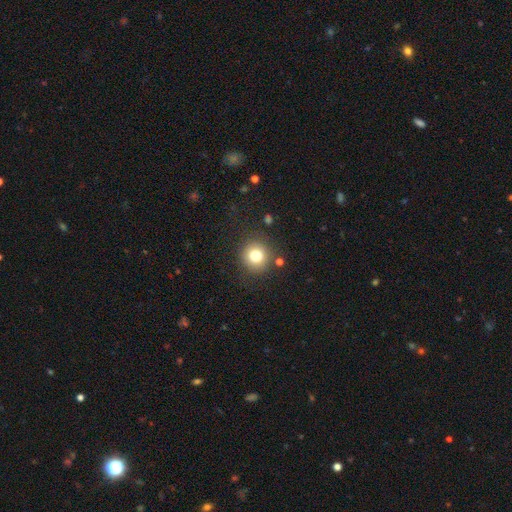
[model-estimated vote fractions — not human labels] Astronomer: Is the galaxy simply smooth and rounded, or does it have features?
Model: smooth — 79%.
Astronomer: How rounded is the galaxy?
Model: round — 92%.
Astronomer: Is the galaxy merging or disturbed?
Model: none — 86%.